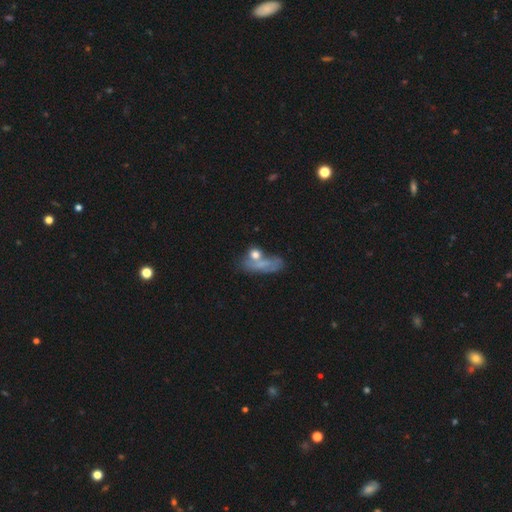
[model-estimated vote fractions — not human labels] A smooth galaxy with no disk features (57%) that is in between round and cigar-shaped (60%). Merging: none (33%).